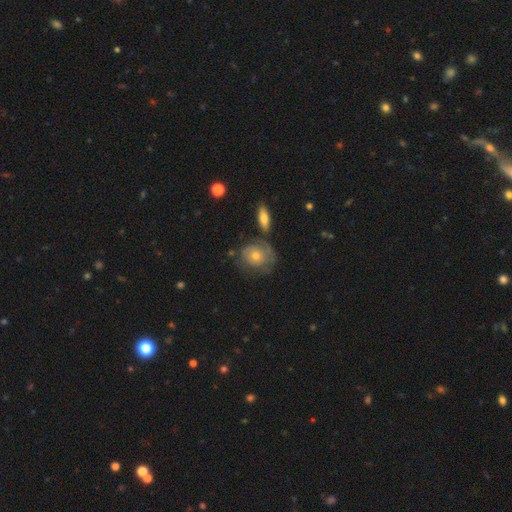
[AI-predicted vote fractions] This appears to be a smooth galaxy with no disk features (47%). Merging: none (61%).